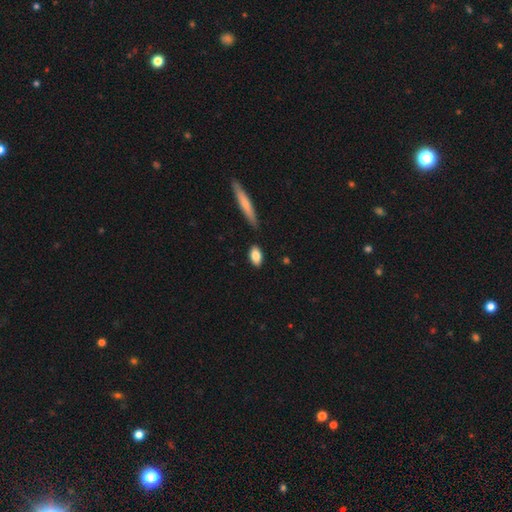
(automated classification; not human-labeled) A smooth galaxy with no disk features (83%) that is in between round and cigar-shaped (88%).

Vote fractions:
- Smooth or featured? smooth: 83% / featured or disk: 10% / star or artifact: 7%
- How rounded? in between: 88% / cigar-shaped: 7% / round: 5%
- Merging? none: 85% / minor disturbance: 11% / merger: 3% / major disturbance: 2%